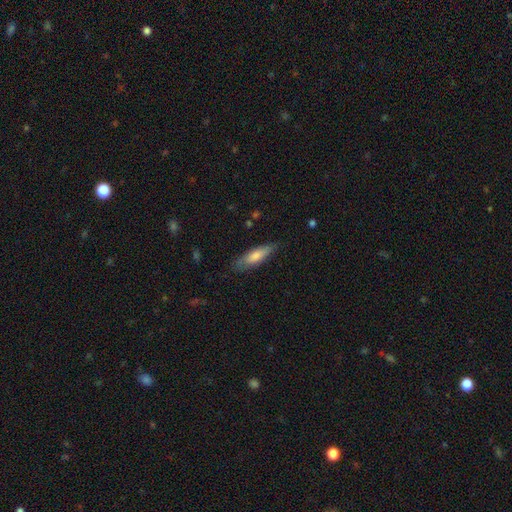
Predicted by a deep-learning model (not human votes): smooth 67%, featured or disk 27%, star or artifact 6%. Down the decision tree: how rounded — cigar-shaped (63%); merging — none (78%).